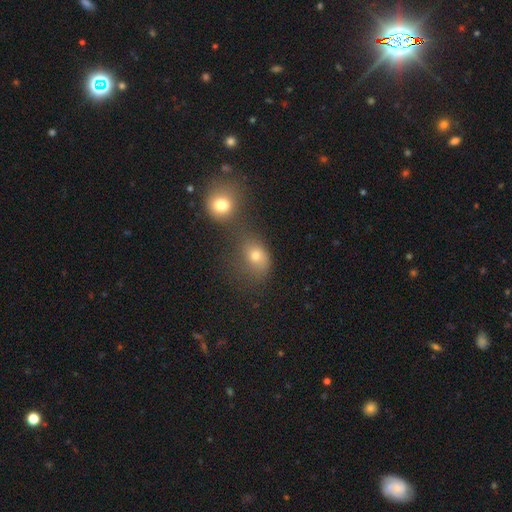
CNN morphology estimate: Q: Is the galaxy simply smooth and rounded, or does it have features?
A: smooth — 72%.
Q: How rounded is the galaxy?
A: round — 54%.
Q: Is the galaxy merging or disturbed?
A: merger — 44%.